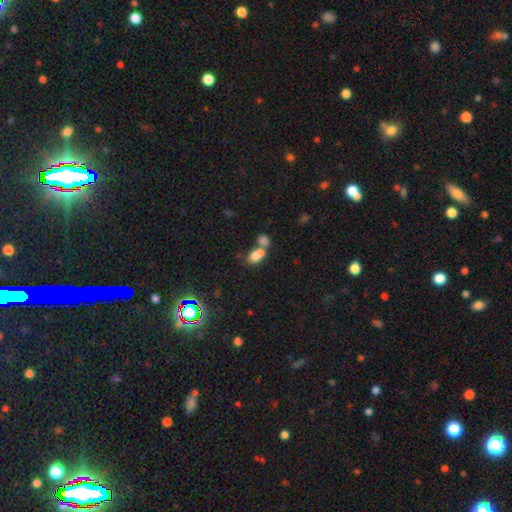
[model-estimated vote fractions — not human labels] A smooth galaxy with no disk features (74%) that is in between round and cigar-shaped (80%). Merging: merger (61%).